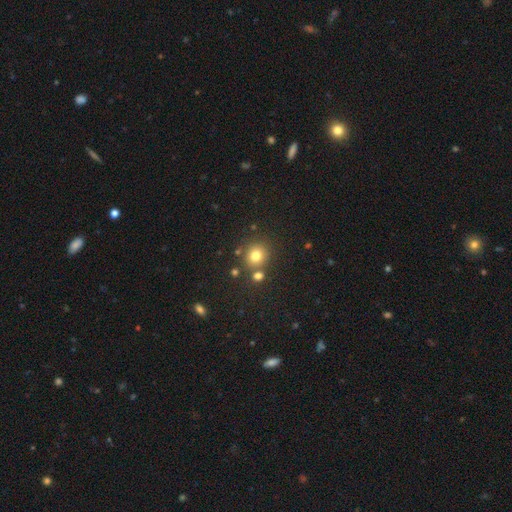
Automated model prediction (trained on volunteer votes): A smooth galaxy with no disk features (76%) that is round (85%).

Vote fractions:
- Smooth or featured? smooth: 76% / star or artifact: 16% / featured or disk: 8%
- How rounded? round: 85% / in between: 14% / cigar-shaped: 1%
- Merging? none: 74% / merger: 14% / minor disturbance: 9% / major disturbance: 3%